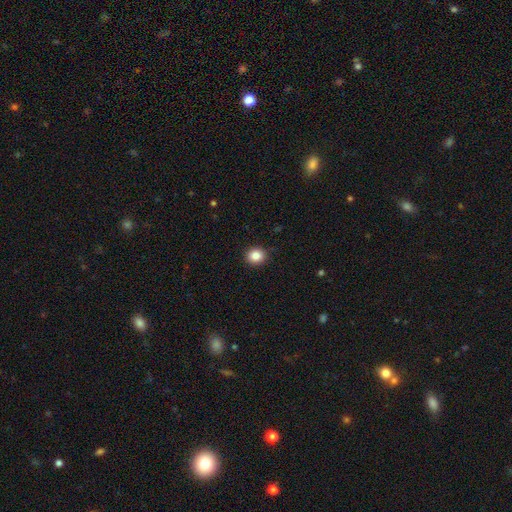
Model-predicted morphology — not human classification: This appears to be a smooth galaxy with no disk features (85%) that is round (83%). Merging: none (91%).